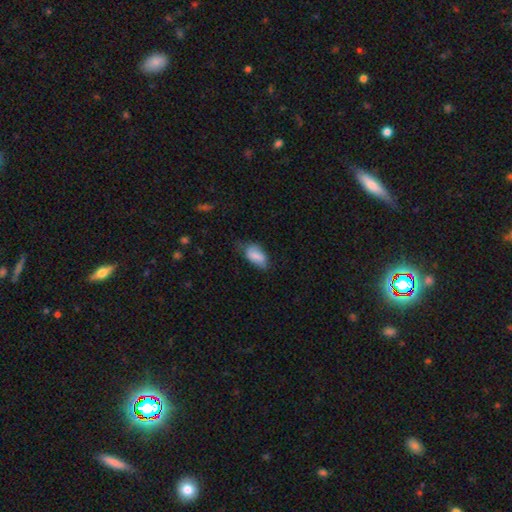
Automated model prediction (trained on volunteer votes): This is likely a smooth galaxy (79%). How rounded: clearly in between (91%). Merging: possibly none (47%).